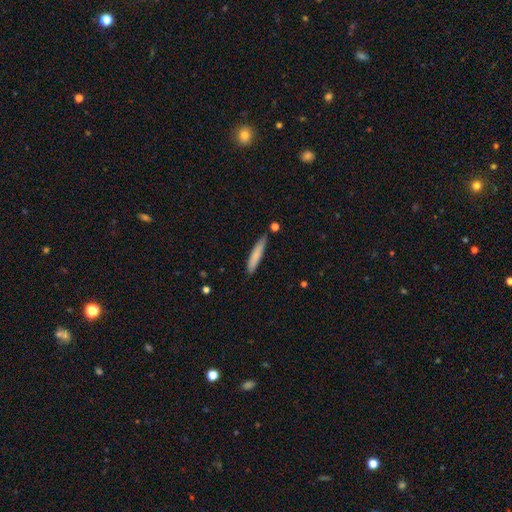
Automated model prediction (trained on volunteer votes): Smooth or featured? smooth (78%)
How rounded? cigar-shaped (92%)
Merging? none (81%)